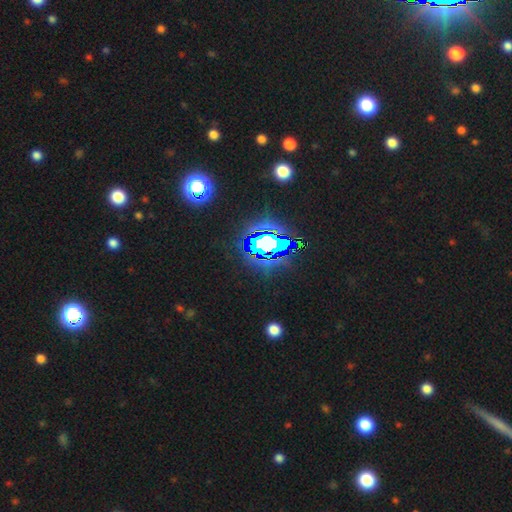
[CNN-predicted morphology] A star or artifact, not a galaxy (80%).

Vote fractions:
- Smooth or featured? star or artifact: 80% / smooth: 12% / featured or disk: 8%